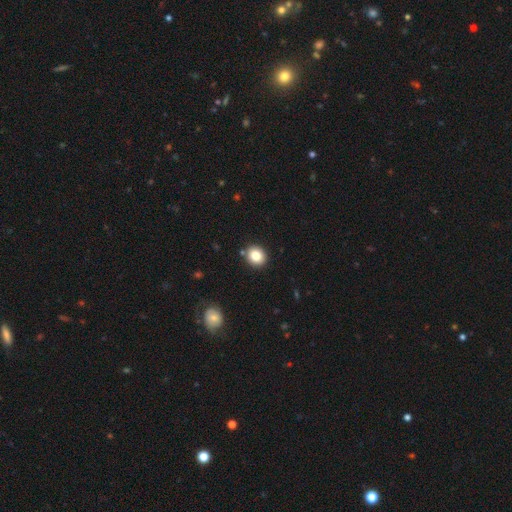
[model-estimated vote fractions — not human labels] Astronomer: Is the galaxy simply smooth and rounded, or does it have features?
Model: smooth — 84%.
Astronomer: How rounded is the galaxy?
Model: round — 74%.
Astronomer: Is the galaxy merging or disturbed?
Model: none — 88%.